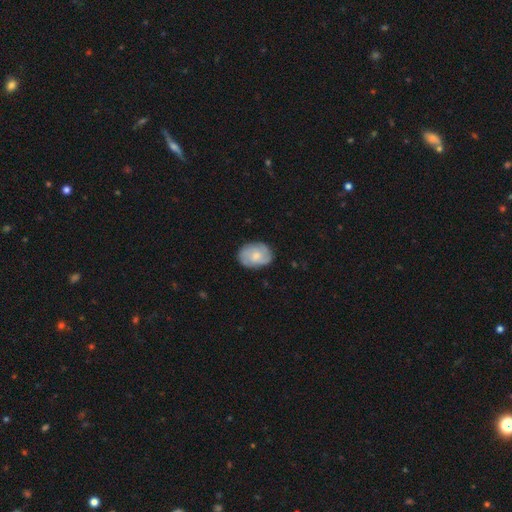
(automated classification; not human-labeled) Overall: smooth (47%, tied with featured or disk). Merging: none (80%).